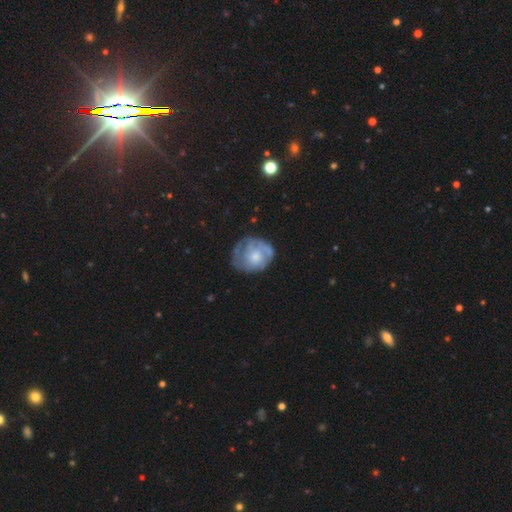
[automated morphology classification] A featured or disk galaxy (56%) with no bar (84%), spiral arms (55%) and a moderate central bulge (49%).

Vote fractions:
- Smooth or featured? featured or disk: 56% / smooth: 38% / star or artifact: 6%
- Edge-on disk? no: 98% / yes: 2%
- Bar? no: 84% / weak: 14% / strong: 2%
- Spiral arms? yes: 55% / no: 45%
- Bulge size? moderate: 49% / small: 34% / large: 8% / none: 7% / dominant: 1%
- Merging? none: 60% / minor disturbance: 25% / major disturbance: 14% / merger: 2%